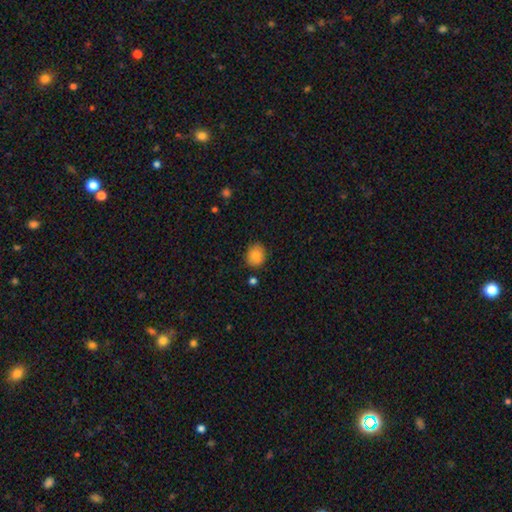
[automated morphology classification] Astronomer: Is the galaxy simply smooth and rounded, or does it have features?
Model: smooth — 83%.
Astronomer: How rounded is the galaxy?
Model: round — 64%.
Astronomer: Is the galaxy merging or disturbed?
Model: none — 82%.